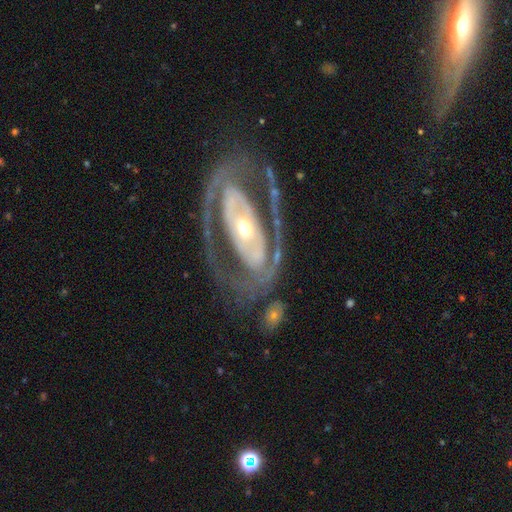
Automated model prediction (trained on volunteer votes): This appears to be a featured or disk galaxy (84%) with no bar (48%), 2 (76%) medium (39%) spiral arms (72%) and a moderate central bulge (65%). Merging: none (60%).